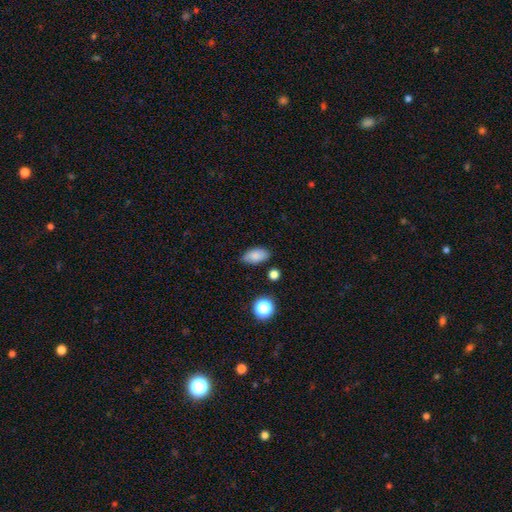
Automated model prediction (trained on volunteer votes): smooth-or-featured: smooth: 84% | star or artifact: 9% | featured or disk: 7%
  how-rounded: in between: 92% | round: 5% | cigar-shaped: 3%
  merging: none: 79% | minor disturbance: 15% | major disturbance: 3% | merger: 3%